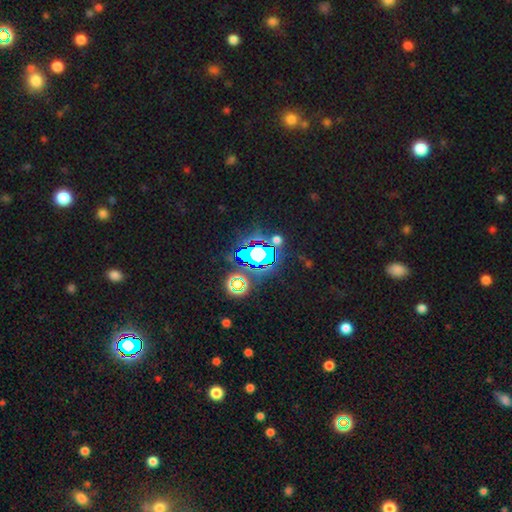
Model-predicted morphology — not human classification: The model was most divided on "smooth or featured": star or artifact: 77%, smooth: 15%, featured or disk: 9%.